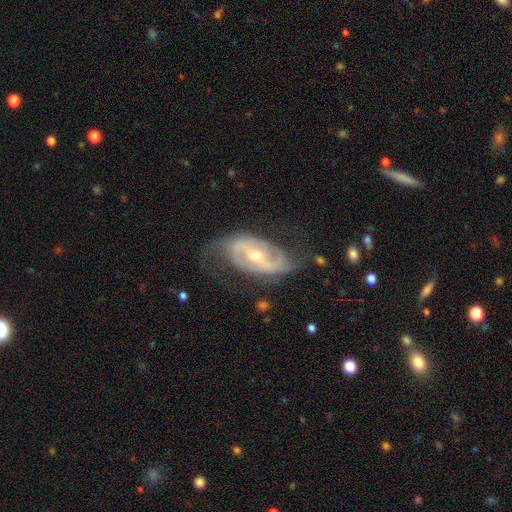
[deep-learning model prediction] smooth_or_featured: featured or disk (p=0.87) [alt: smooth p=0.08]
disk_edge_on: no (p=0.95) [alt: yes p=0.05]
bar: weak (p=0.38) [tied with: strong p=0.38]
has_spiral_arms: yes (p=0.92) [alt: no p=0.08]
spiral_winding: medium (p=0.44) [alt: loose p=0.31]
spiral_arm_count: 2 (p=0.83) [alt: can't tell p=0.08]
bulge_size: moderate (p=0.54) [alt: small p=0.42]
merging: none (p=0.63) [alt: minor disturbance p=0.20]